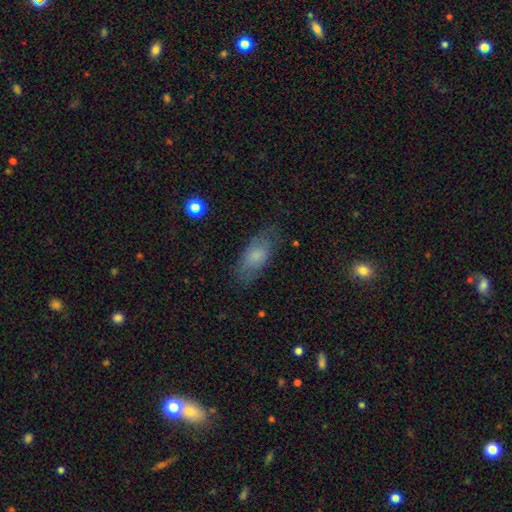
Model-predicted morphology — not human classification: A smooth galaxy with no disk features (73%) that is in between round and cigar-shaped (85%).

Vote fractions:
- Smooth or featured? smooth: 73% / featured or disk: 19% / star or artifact: 8%
- How rounded? in between: 85% / cigar-shaped: 11% / round: 3%
- Merging? none: 74% / minor disturbance: 18% / major disturbance: 6% / merger: 1%